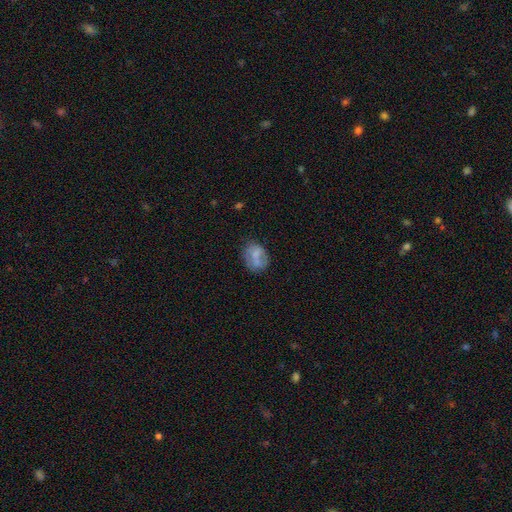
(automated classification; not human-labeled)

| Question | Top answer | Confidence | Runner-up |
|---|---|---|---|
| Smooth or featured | smooth | 63% | featured or disk (29%) |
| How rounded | in between | 55% | round (44%) |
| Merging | none | 55% | minor disturbance (25%) |